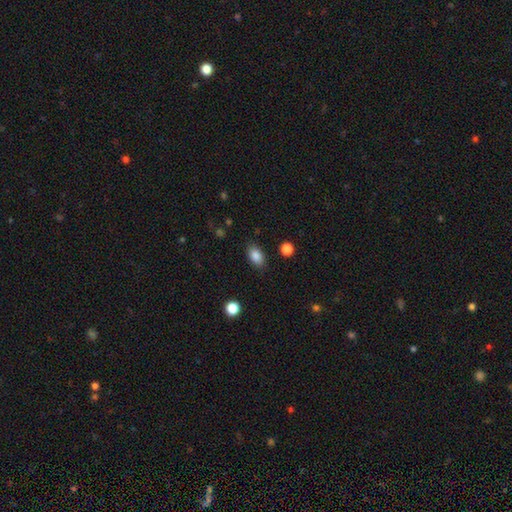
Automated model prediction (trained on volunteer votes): The model was most divided on "merging": none: 85%, minor disturbance: 10%, major disturbance: 3%, merger: 2%. More confident: how rounded — in between (88%); smooth or featured — smooth (86%).